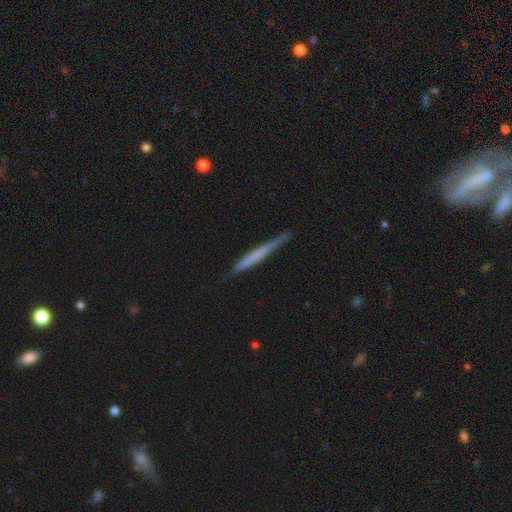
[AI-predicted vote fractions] smooth 48%, featured or disk 46%, star or artifact 6%. Down the decision tree: merging — none (82%).